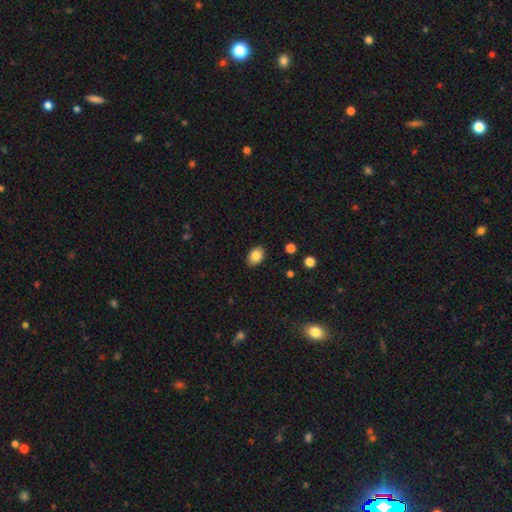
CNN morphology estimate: Overall: smooth (86%). How rounded: in between (78%). Merging: none (88%).